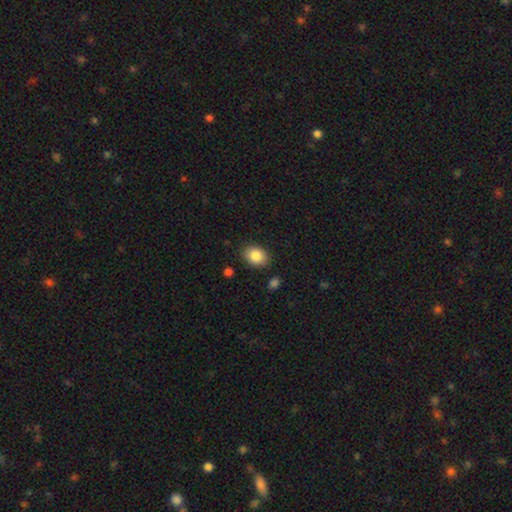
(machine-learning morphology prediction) smooth-or-featured: smooth: 85% | star or artifact: 8% | featured or disk: 7%
  how-rounded: in between: 68% | round: 31% | cigar-shaped: 1%
  merging: none: 85% | minor disturbance: 10% | major disturbance: 3% | merger: 2%